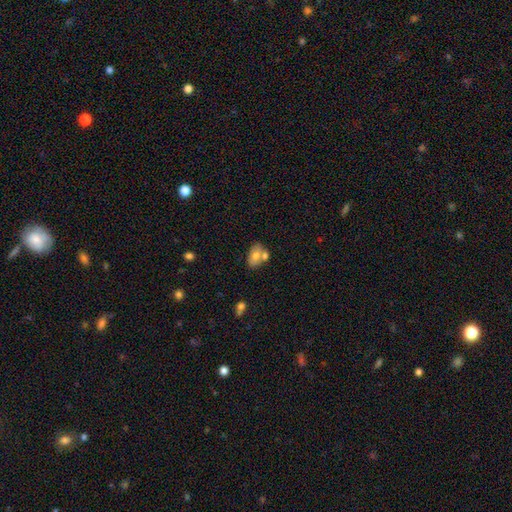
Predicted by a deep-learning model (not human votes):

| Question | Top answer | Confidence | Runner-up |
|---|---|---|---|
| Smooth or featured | smooth | 69% | featured or disk (22%) |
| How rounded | in between | 84% | round (14%) |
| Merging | none | 49% | merger (33%) |